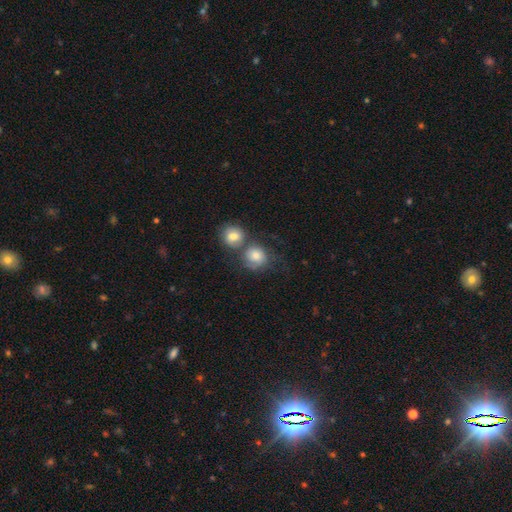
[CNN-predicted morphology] This appears to be a smooth galaxy with no disk features (71%) that is round (80%). Merging: merger (43%).